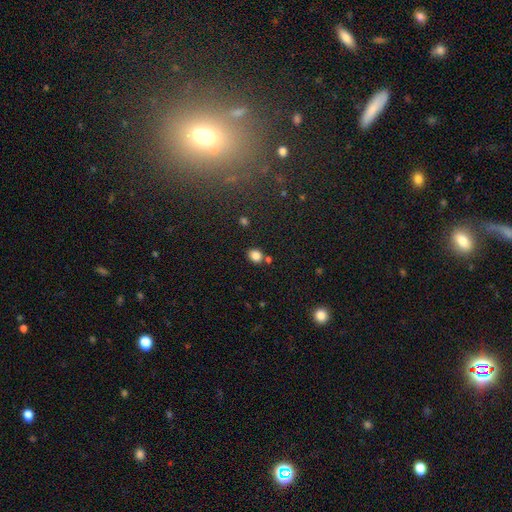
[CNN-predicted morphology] smooth_or_featured: smooth (p=0.83) [alt: star or artifact p=0.12]
how_rounded: round (p=0.56) [alt: in between p=0.43]
merging: none (p=0.73) [alt: merger p=0.13]